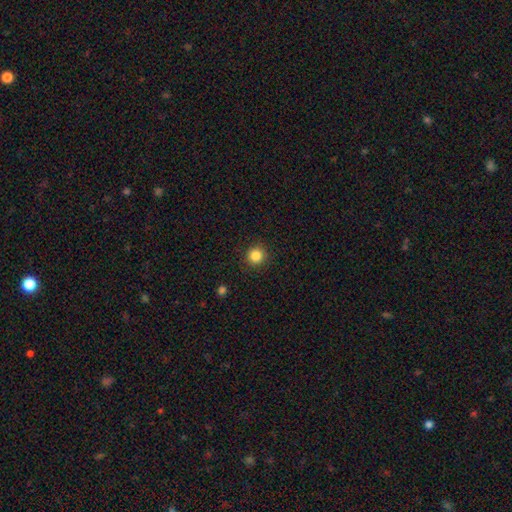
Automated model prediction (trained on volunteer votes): Morphology: type=smooth (85%); roundness=round (95%); merging=none (91%).